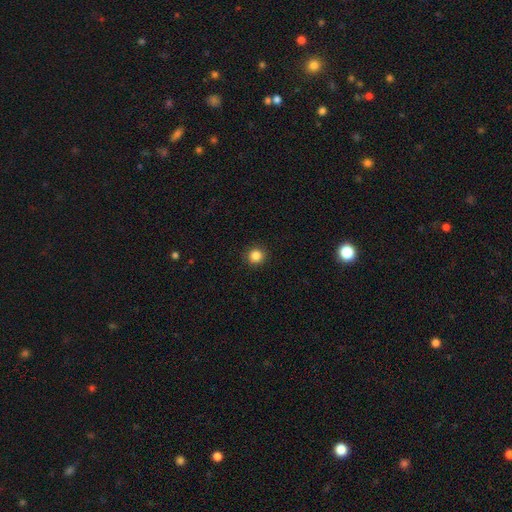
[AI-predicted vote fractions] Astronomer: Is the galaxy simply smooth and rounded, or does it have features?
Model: smooth — 85%.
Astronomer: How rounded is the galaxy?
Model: round — 94%.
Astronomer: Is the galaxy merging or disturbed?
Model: none — 92%.